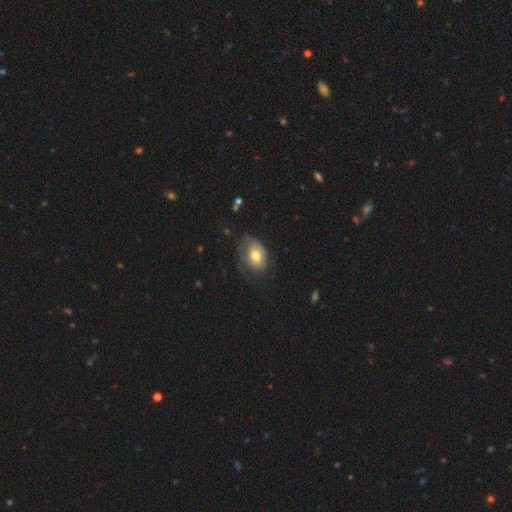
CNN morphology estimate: smooth-or-featured: smooth: 64% | featured or disk: 29% | star or artifact: 7%
  how-rounded: in between: 79% | round: 19% | cigar-shaped: 1%
  merging: none: 52% | minor disturbance: 28% | major disturbance: 18% | merger: 2%